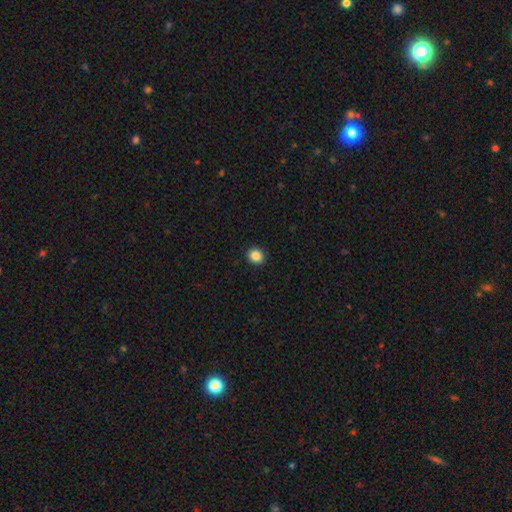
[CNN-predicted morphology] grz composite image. It shows a smooth galaxy with no disk features (86%) that is round (74%). Merging: none (92%).